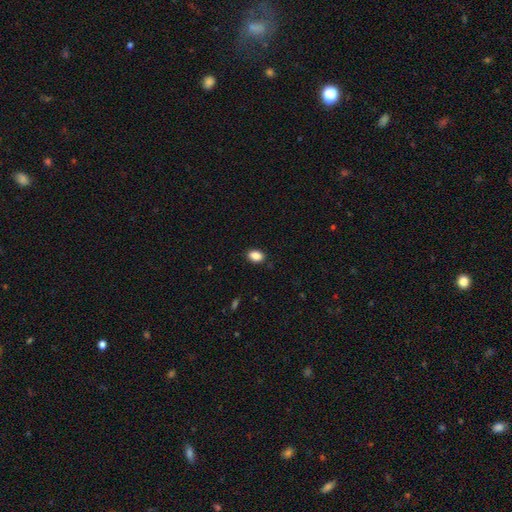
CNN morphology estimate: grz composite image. It shows a smooth galaxy with no disk features (88%) that is in between round and cigar-shaped (82%). Merging: none (88%).